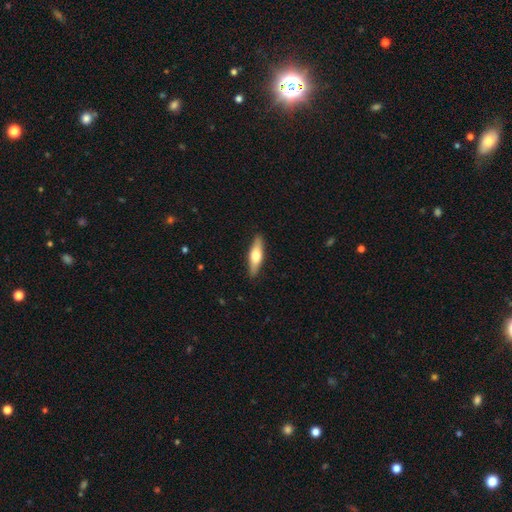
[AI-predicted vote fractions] This is possibly a smooth galaxy (56%). How rounded: likely cigar-shaped (63%). Merging: clearly none (89%).